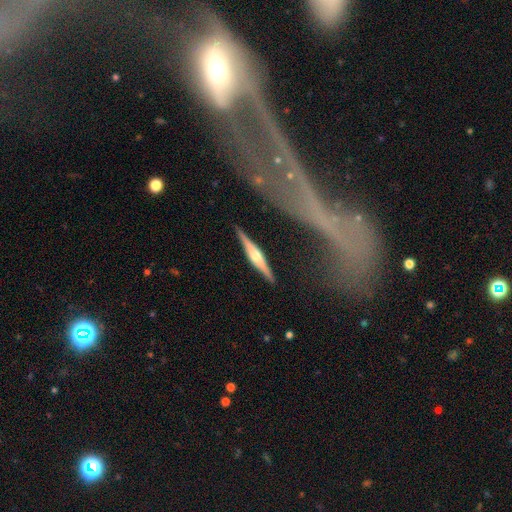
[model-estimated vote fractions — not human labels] This is likely a featured or disk galaxy (74%). It is clearly viewed edge-on (96%). Edge-on bulge: clearly rounded (90%). Merging: clearly none (86%).